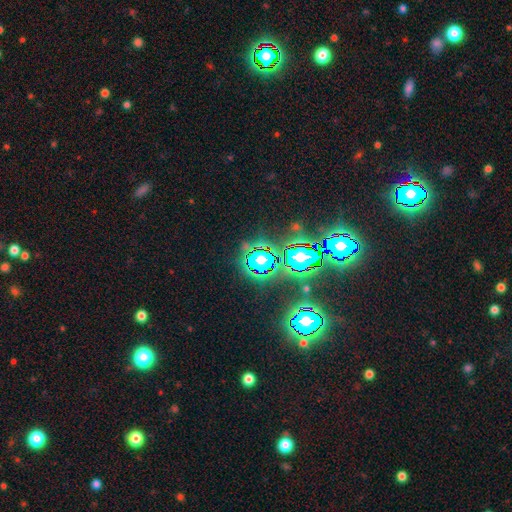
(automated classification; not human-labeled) Overall: star or artifact (81%).